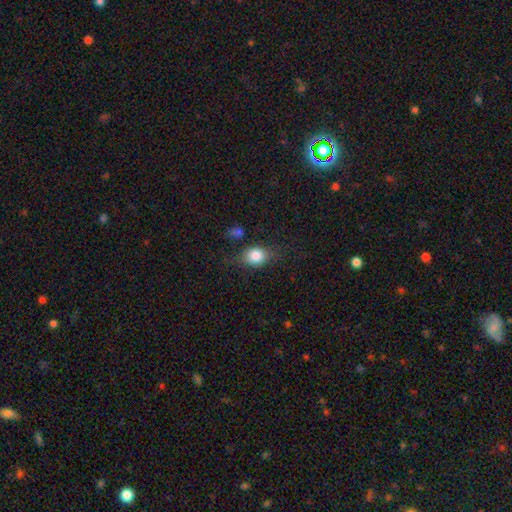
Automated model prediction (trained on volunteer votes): Smooth or featured? Predicted: smooth (p=0.79). How rounded? Predicted: in between (p=0.51). Merging? Predicted: none (p=0.67).